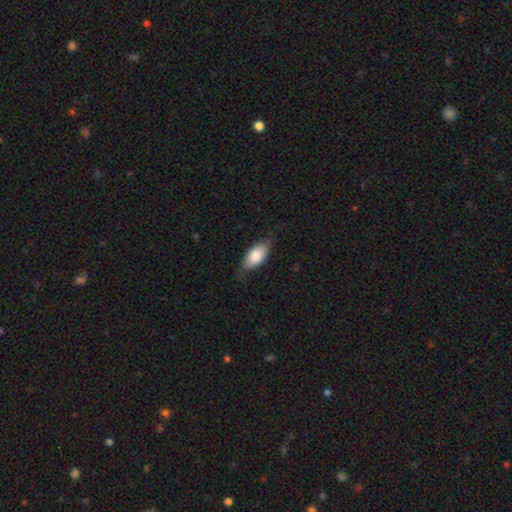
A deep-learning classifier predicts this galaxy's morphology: smooth 76%, featured or disk 18%, star or artifact 6%. Down the decision tree: how rounded — in between (87%); merging — none (69%).